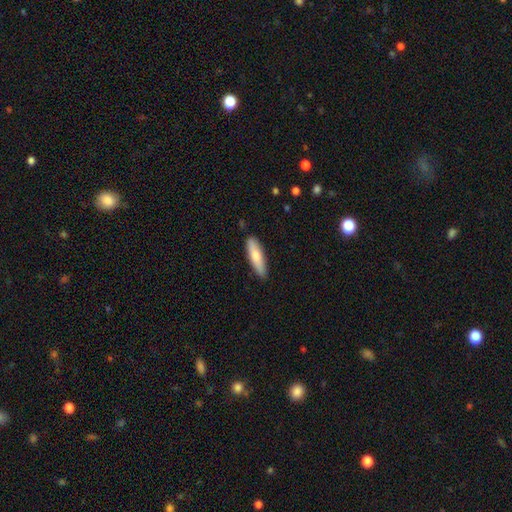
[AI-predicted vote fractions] Smooth or featured? smooth (75%)
How rounded? cigar-shaped (67%)
Merging? none (86%)